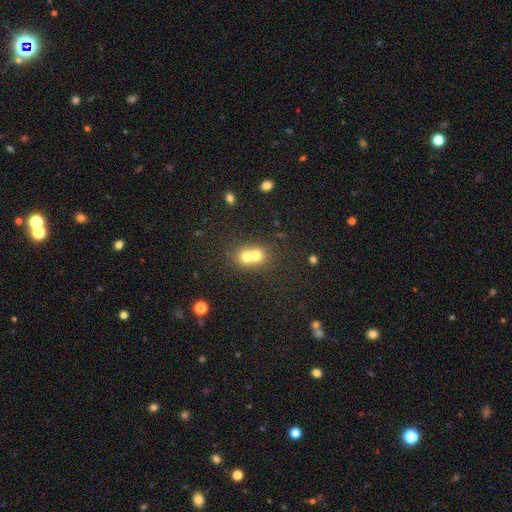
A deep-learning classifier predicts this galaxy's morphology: Smooth or featured? Predicted: smooth (p=0.68). How rounded? Predicted: round (p=0.74). Merging? Predicted: merger (p=0.70).